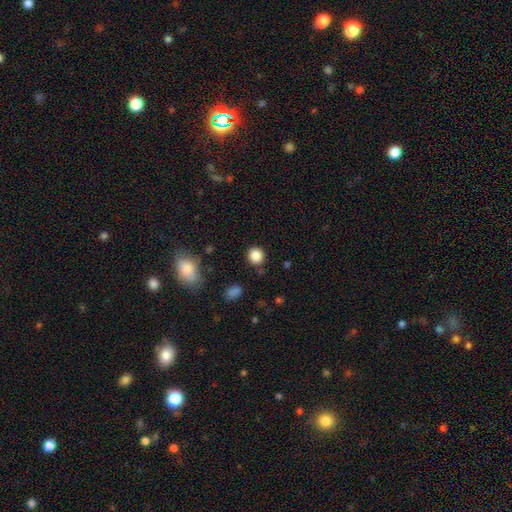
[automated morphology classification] This appears to be a smooth galaxy with no disk features (86%) that is round (84%). Merging: none (86%).